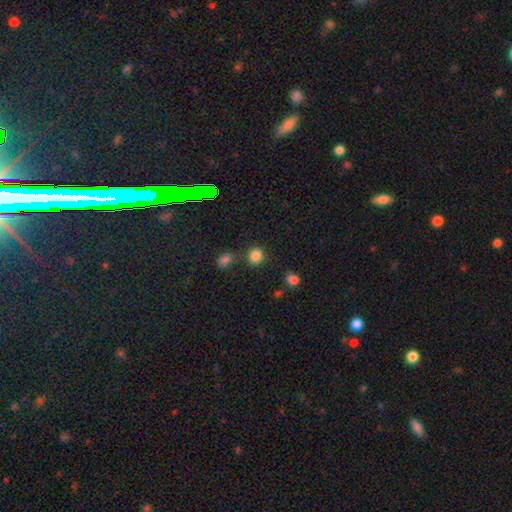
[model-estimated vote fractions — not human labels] smooth_or_featured: smooth (p=0.82) [alt: star or artifact p=0.14]
how_rounded: round (p=0.81) [alt: in between p=0.18]
merging: none (p=0.75) [alt: merger p=0.11]